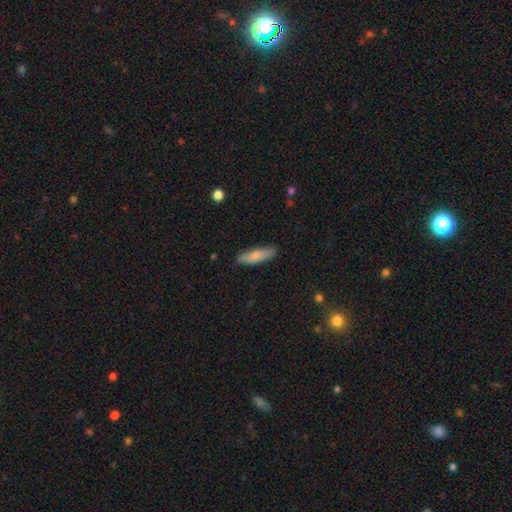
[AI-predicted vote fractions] smooth 79%, featured or disk 15%, star or artifact 6%. Down the decision tree: how rounded — cigar-shaped (60%); merging — none (86%).